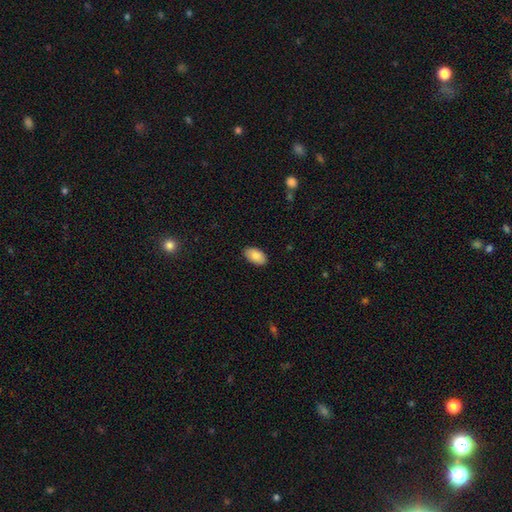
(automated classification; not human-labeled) A smooth galaxy with no disk features (87%) that is in between round and cigar-shaped (95%).

Vote fractions:
- Smooth or featured? smooth: 87% / featured or disk: 7% / star or artifact: 6%
- How rounded? in between: 95% / round: 4% / cigar-shaped: 1%
- Merging? none: 88% / minor disturbance: 9% / major disturbance: 2% / merger: 1%